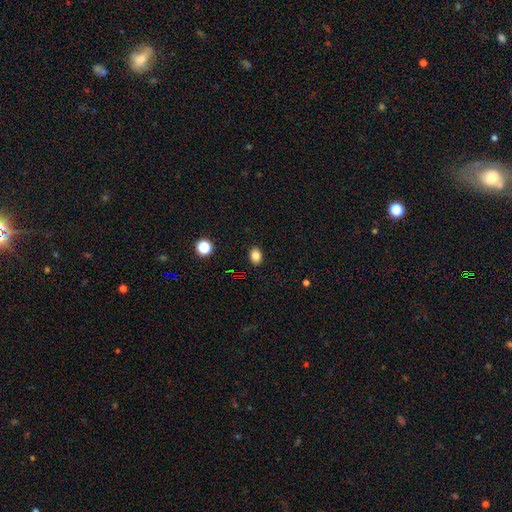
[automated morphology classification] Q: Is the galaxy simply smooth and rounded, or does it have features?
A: smooth — 82%.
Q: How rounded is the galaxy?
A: in between — 70%.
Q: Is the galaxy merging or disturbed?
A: none — 89%.